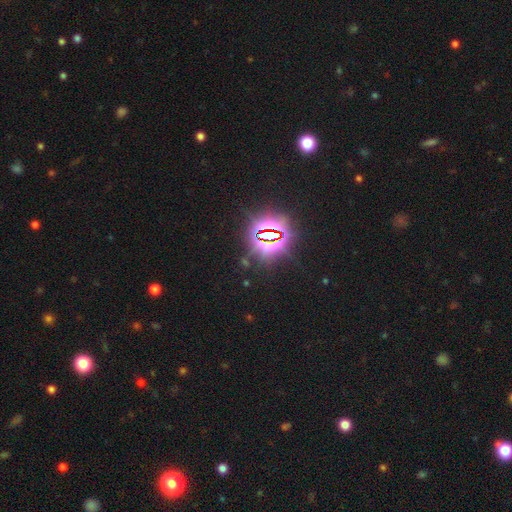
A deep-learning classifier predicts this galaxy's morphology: type=star or artifact (82%).